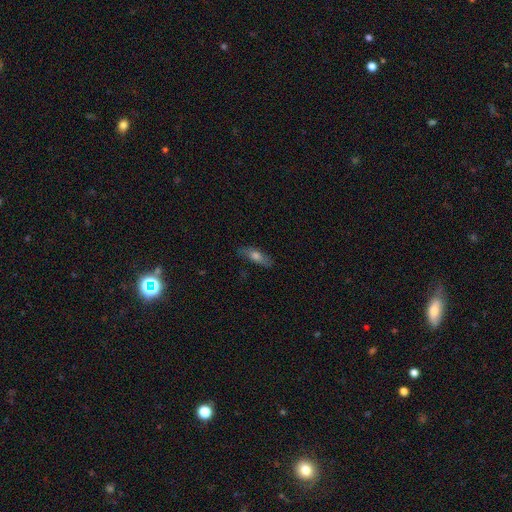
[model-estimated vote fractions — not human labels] Q: Smooth or featured?
A: smooth (61%); runner-up: featured or disk (31%)
Q: How rounded?
A: in between (52%); runner-up: cigar-shaped (44%)
Q: Merging?
A: none (79%); runner-up: minor disturbance (17%)